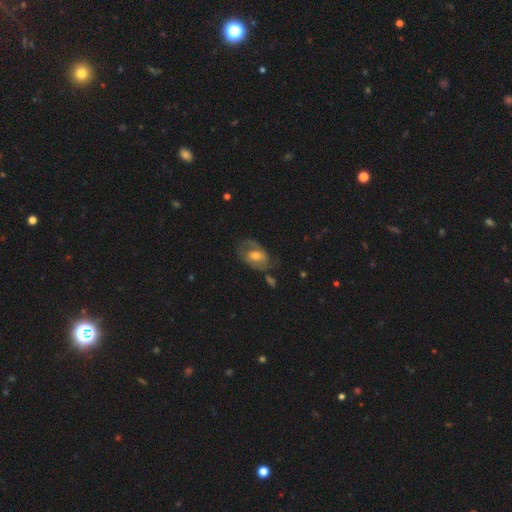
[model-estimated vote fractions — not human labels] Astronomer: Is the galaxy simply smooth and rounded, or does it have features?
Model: featured or disk — 54% (runner-up: smooth, 38%).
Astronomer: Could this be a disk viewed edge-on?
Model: no — 94%.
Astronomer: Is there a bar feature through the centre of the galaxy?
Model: no — 46% (runner-up: weak, 41%).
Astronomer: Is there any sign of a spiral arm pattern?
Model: yes — 63%.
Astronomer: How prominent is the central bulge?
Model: moderate — 63%.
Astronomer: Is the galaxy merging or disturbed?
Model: none — 55%.